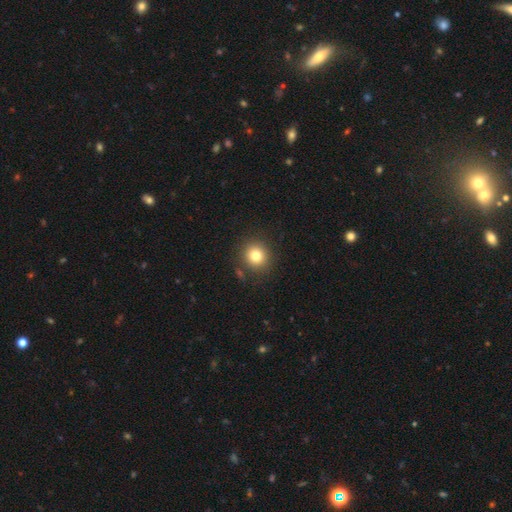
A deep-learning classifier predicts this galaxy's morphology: smooth 80%, star or artifact 12%, featured or disk 8%. Down the decision tree: how rounded — round (89%); merging — none (86%).